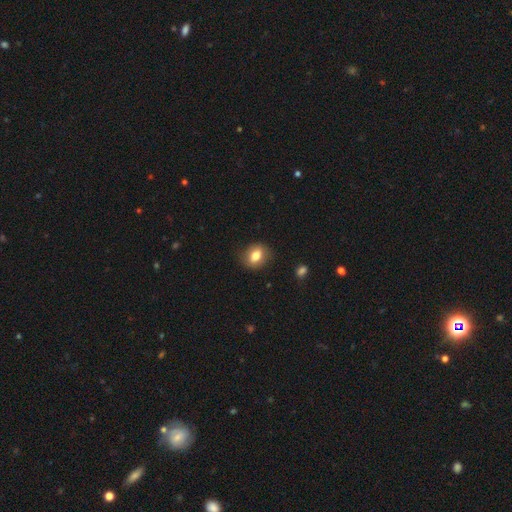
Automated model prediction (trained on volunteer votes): This appears to be a smooth galaxy with no disk features (76%) that is in between round and cigar-shaped (58%). Merging: none (84%).